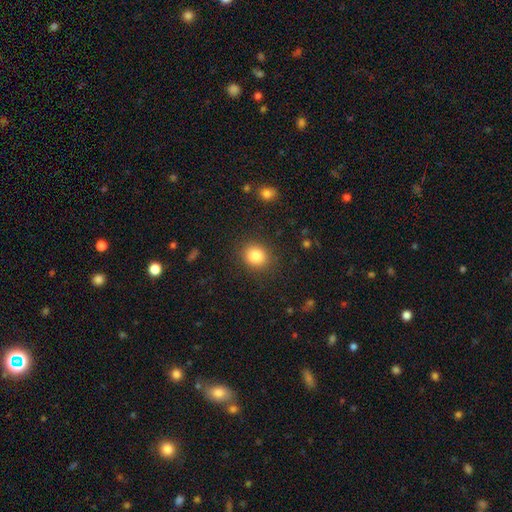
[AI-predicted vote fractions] A smooth galaxy with no disk features (85%) that is round (71%).

Vote fractions:
- Smooth or featured? smooth: 85% / star or artifact: 10% / featured or disk: 5%
- How rounded? round: 71% / in between: 28% / cigar-shaped: 1%
- Merging? none: 85% / minor disturbance: 10% / major disturbance: 4% / merger: 1%